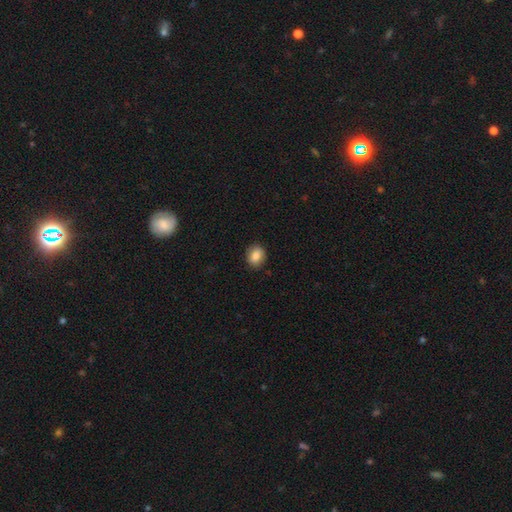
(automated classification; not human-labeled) This is clearly a smooth galaxy (83%). How rounded: possibly round (53%). Merging: clearly none (87%).